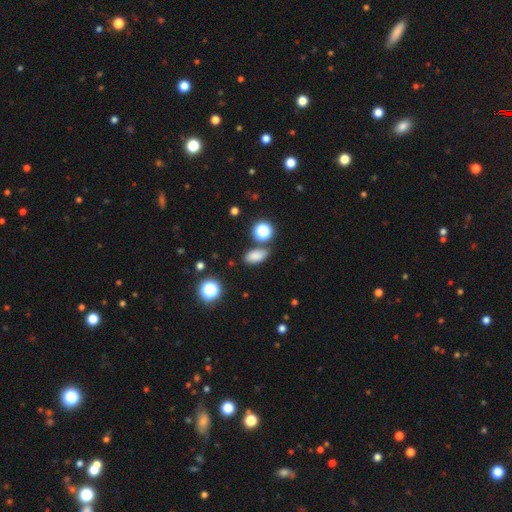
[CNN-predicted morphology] The model was most divided on "merging": none: 78%, minor disturbance: 12%, merger: 7%, major disturbance: 3%. More confident: how rounded — in between (87%); smooth or featured — smooth (81%).